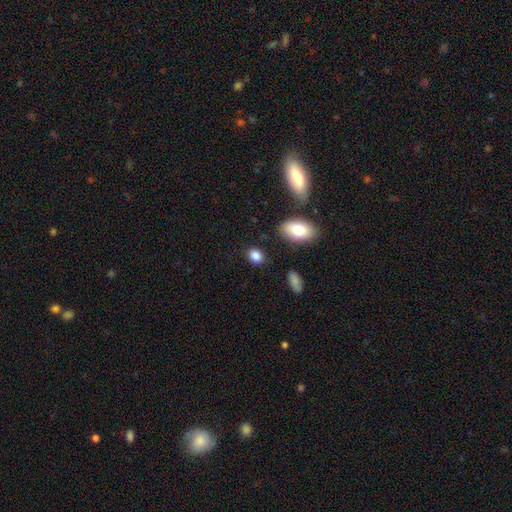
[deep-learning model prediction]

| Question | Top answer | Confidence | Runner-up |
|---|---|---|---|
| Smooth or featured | smooth | 85% | star or artifact (10%) |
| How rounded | in between | 63% | round (35%) |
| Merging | none | 79% | minor disturbance (14%) |